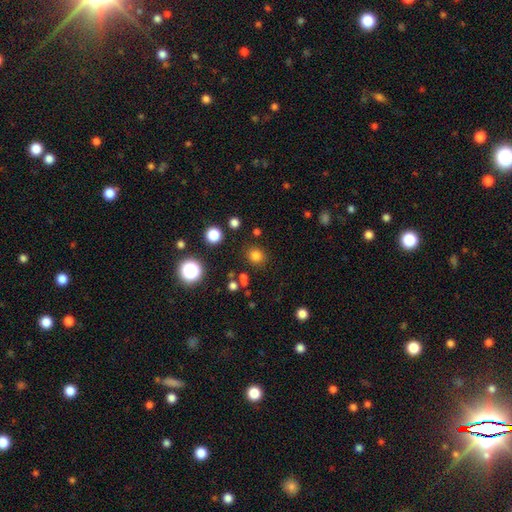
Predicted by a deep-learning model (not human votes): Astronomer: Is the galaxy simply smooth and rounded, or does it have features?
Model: smooth — 78%.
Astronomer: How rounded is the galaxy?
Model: round — 85%.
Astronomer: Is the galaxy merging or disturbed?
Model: none — 86%.